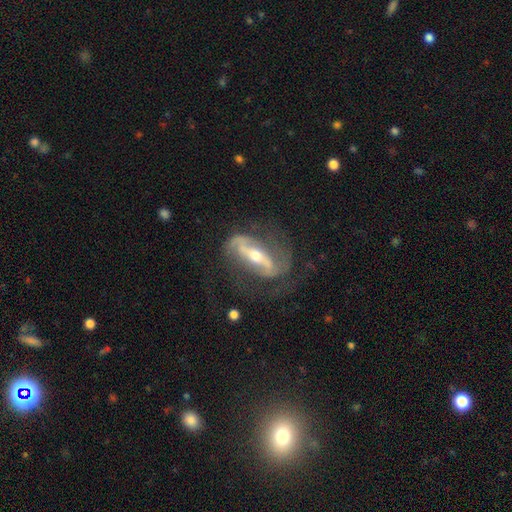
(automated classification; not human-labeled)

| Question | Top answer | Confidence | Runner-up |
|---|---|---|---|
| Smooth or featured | featured or disk | 84% | smooth (11%) |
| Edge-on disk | no | 83% | yes (17%) |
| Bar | strong | 66% | weak (20%) |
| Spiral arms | yes | 83% | no (17%) |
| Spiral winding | medium | 39% | tied: loose (39%) |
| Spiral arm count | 2 | 81% | can't tell (9%) |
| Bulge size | moderate | 56% | small (38%) |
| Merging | none | 57% | major disturbance (22%) |